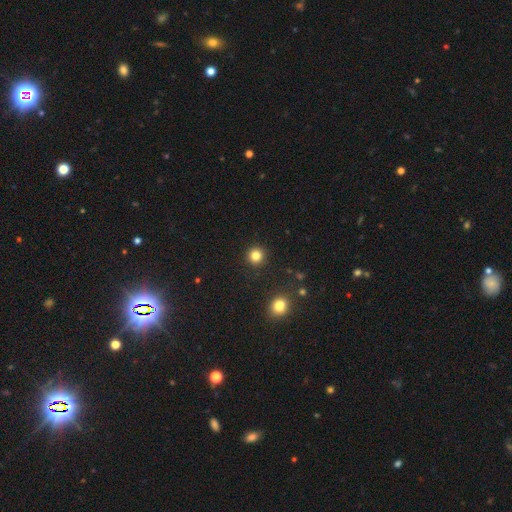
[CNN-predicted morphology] Smooth or featured? Predicted: smooth (p=0.83). How rounded? Predicted: round (p=0.94). Merging? Predicted: none (p=0.92).